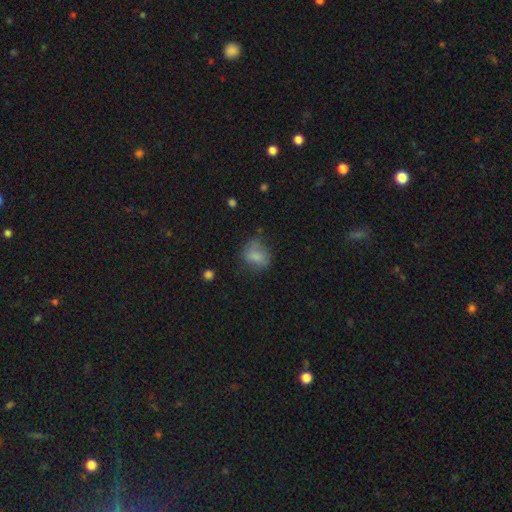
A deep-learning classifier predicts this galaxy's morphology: smooth 75%, featured or disk 15%, star or artifact 11%. Down the decision tree: how rounded — in between (50%); merging — none (54%).